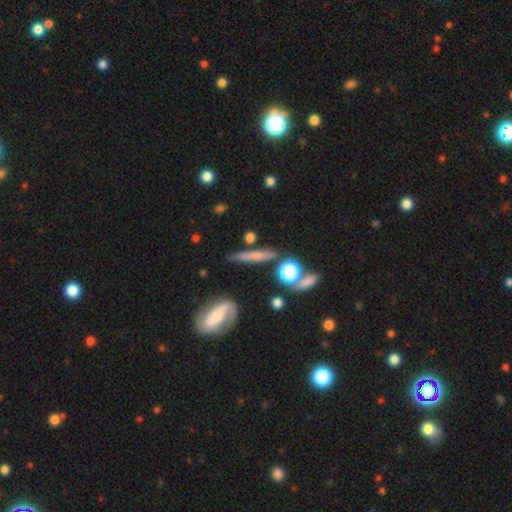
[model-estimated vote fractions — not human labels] Smooth or featured?
  - smooth: 51% *
  - featured or disk: 38%
  - star or artifact: 10%
How rounded?
  - cigar-shaped: 81% *
  - in between: 9%
  - round: 9%
Merging?
  - none: 73% *
  - minor disturbance: 14%
  - merger: 8%
  - major disturbance: 5%